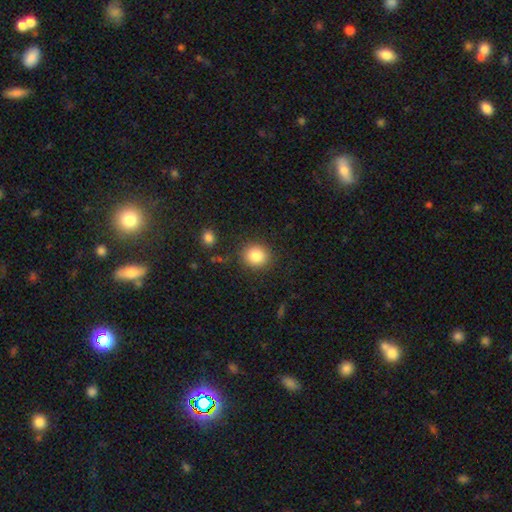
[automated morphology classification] Smooth or featured?
  - smooth: 84% *
  - star or artifact: 10%
  - featured or disk: 6%
How rounded?
  - round: 81% *
  - in between: 18%
  - cigar-shaped: 1%
Merging?
  - none: 87% *
  - minor disturbance: 8%
  - major disturbance: 3%
  - merger: 2%